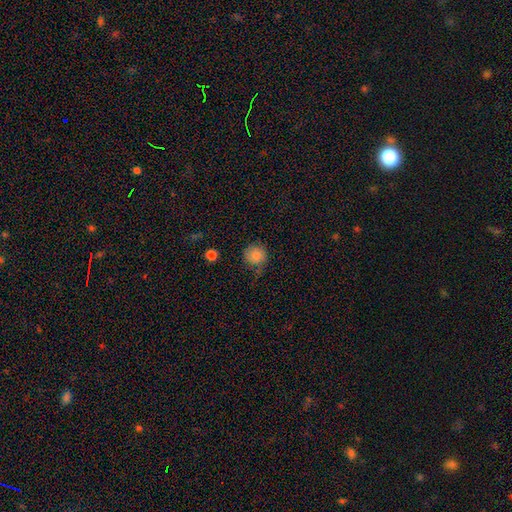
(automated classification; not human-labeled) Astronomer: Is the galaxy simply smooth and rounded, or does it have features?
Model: smooth — 83%.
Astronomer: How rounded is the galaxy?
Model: round — 90%.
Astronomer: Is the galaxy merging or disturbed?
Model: none — 66%.